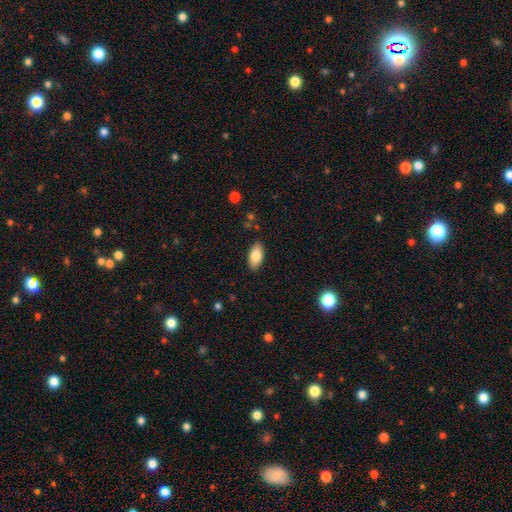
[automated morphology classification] type=smooth (81%); roundness=in between (92%); merging=none (87%).